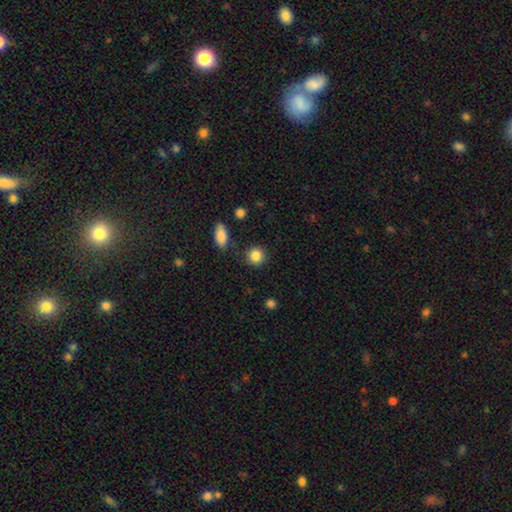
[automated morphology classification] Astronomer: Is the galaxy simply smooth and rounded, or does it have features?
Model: smooth — 86%.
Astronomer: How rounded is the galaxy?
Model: round — 87%.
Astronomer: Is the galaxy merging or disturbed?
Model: none — 86%.